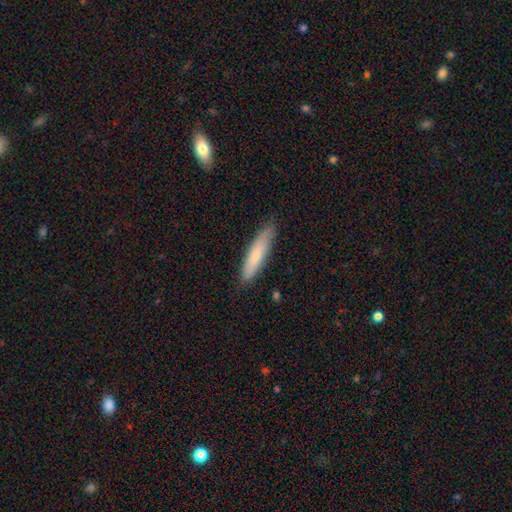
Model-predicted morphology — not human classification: Smooth or featured? Predicted: smooth (p=0.74). How rounded? Predicted: cigar-shaped (p=0.82). Merging? Predicted: none (p=0.84).